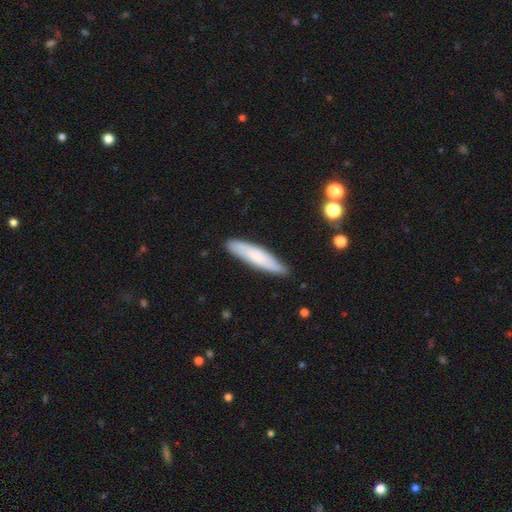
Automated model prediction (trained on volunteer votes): This is likely a smooth galaxy (71%). How rounded: clearly cigar-shaped (81%). Merging: clearly none (84%).